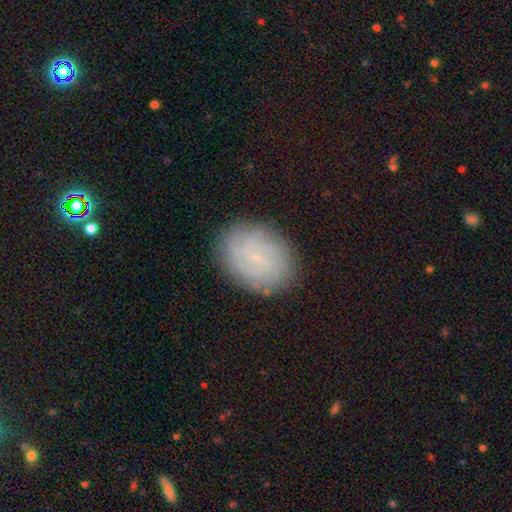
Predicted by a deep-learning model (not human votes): A featured or disk galaxy (58%) with no bar (64%), tight (69%) spiral arms (91%) and a small central bulge (78%). Merging: none (84%).